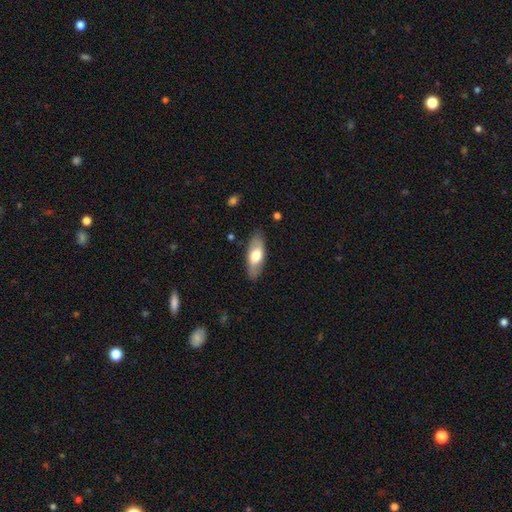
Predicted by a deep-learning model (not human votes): This is likely a smooth galaxy (63%). How rounded: likely in between (75%). Merging: clearly none (84%).